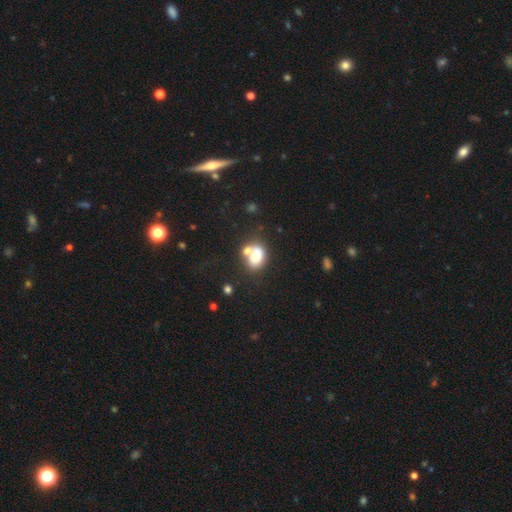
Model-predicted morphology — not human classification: Smooth or featured? Predicted: smooth (p=0.73). How rounded? Predicted: in between (p=0.70). Merging? Predicted: merger (p=0.43).